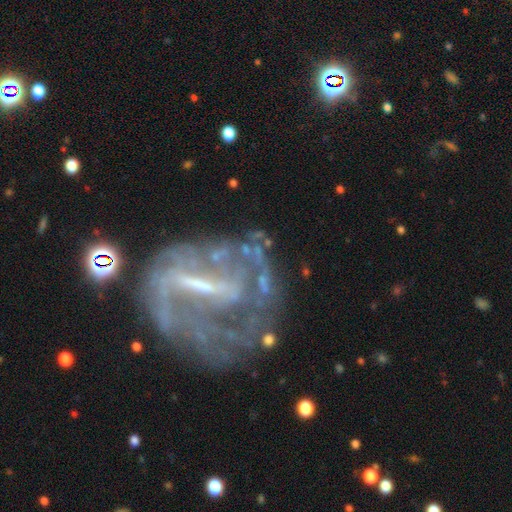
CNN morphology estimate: Smooth or featured: featured or disk — 82% (star or artifact — 10%)
Edge-on disk: no — 95% (yes — 5%)
Bar: strong — 56% (weak — 29%)
Spiral arms: yes — 76% (no — 24%)
Spiral winding: medium — 37% (tight — 36%)
Spiral arm count: can't tell — 37% (2 — 29%)
Bulge size: small — 36% (none — 34%)
Merging: none — 49% (major disturbance — 26%)